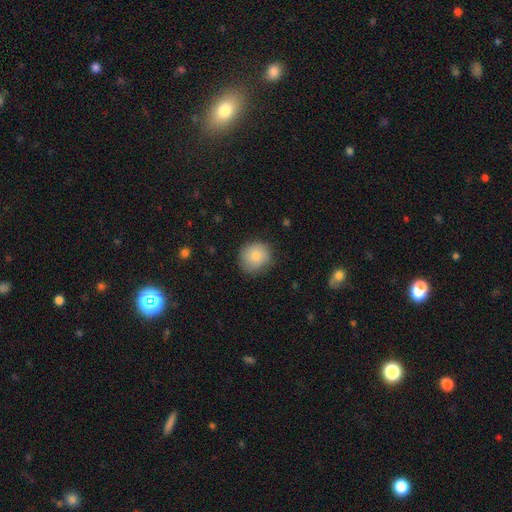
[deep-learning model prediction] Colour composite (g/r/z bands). It shows a smooth galaxy with no disk features (81%) that is round (85%). Merging: none (81%).